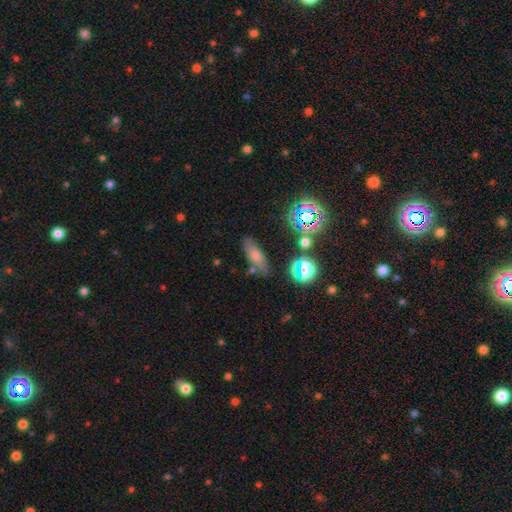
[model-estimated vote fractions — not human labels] Smooth or featured: smooth — 65% (star or artifact — 18%)
How rounded: in between — 63% (cigar-shaped — 31%)
Merging: none — 75% (minor disturbance — 14%)